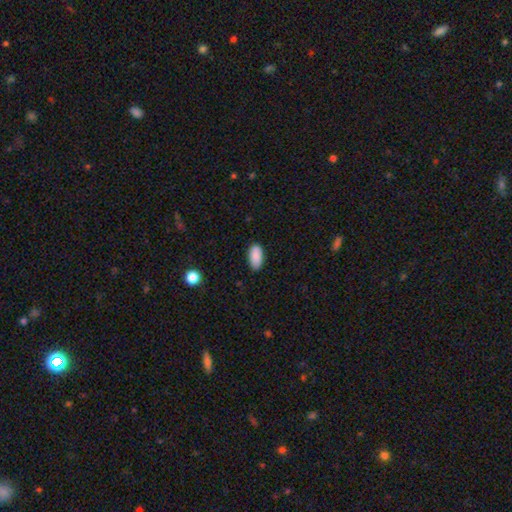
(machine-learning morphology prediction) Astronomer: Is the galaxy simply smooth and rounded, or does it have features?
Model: smooth — 89%.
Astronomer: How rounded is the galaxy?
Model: in between — 93%.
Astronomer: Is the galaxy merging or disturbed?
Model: none — 86%.